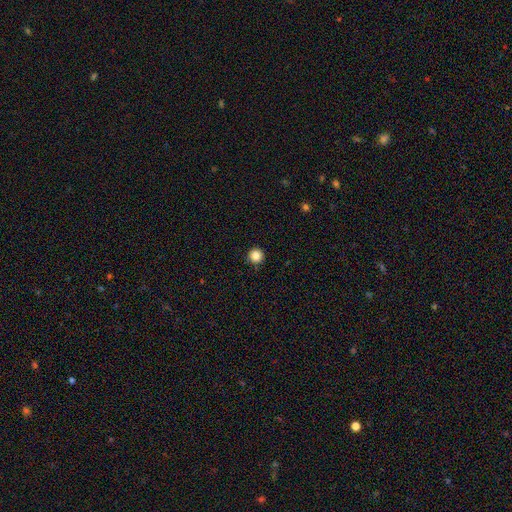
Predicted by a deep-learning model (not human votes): The model was most divided on "smooth or featured": smooth: 85%, star or artifact: 11%, featured or disk: 4%. More confident: how rounded — round (96%); merging — none (92%).